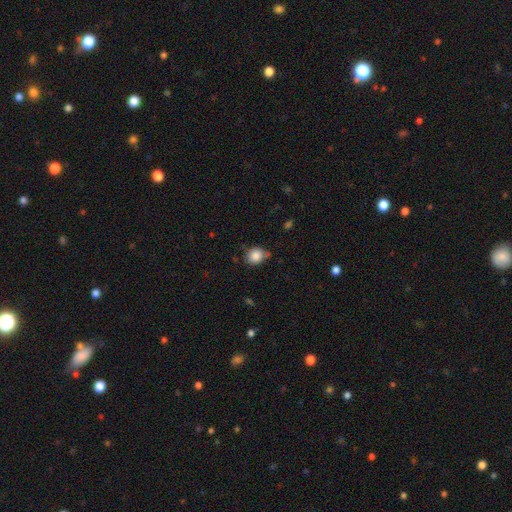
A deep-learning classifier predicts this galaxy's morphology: smooth 84%, star or artifact 9%, featured or disk 6%. Down the decision tree: how rounded — round (74%); merging — none (58%).